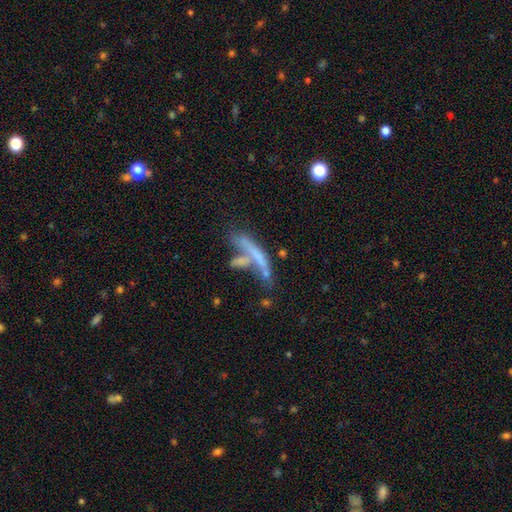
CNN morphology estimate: A smooth galaxy with no disk features (44%).

Vote fractions:
- Smooth or featured? smooth: 44% / featured or disk: 43% / star or artifact: 13%
- Merging? merger: 38% / none: 31% / major disturbance: 17% / minor disturbance: 13%